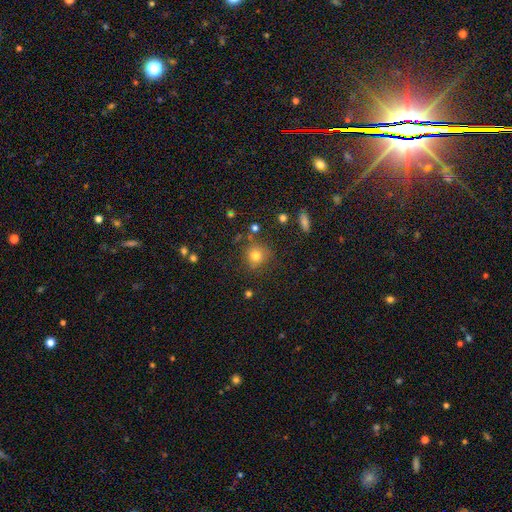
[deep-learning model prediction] A smooth galaxy with no disk features (77%) that is round (87%). Merging: none (76%).